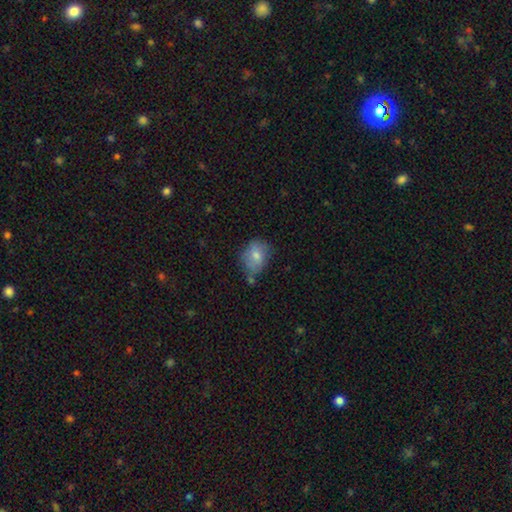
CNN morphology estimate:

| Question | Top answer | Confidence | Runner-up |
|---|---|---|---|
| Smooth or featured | smooth | 72% | featured or disk (20%) |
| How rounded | in between | 62% | round (36%) |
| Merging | none | 55% | minor disturbance (28%) |